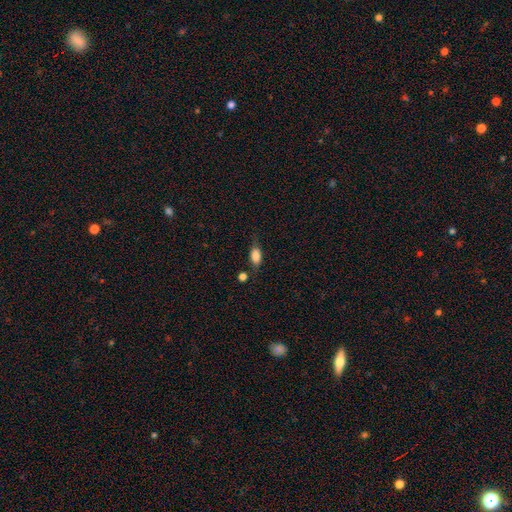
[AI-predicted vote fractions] smooth-or-featured: smooth: 81% | featured or disk: 11% | star or artifact: 8%
  how-rounded: in between: 83% | cigar-shaped: 10% | round: 7%
  merging: none: 60% | minor disturbance: 25% | major disturbance: 9% | merger: 6%